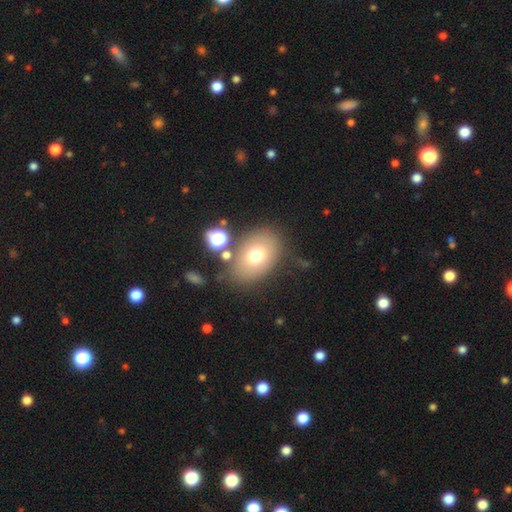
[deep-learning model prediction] Overall: smooth (71%). How rounded: in between (74%). Merging: none (71%).